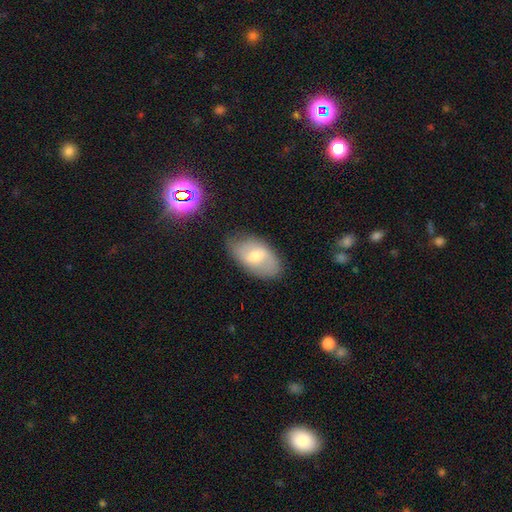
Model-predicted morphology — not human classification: Overall: smooth (54%; featured or disk 38%). How rounded: in between (92%). Merging: none (74%).